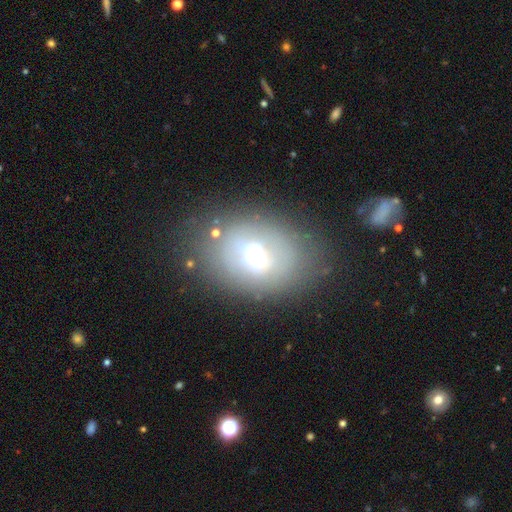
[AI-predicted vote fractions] The model was most divided on "smooth or featured": smooth: 45%, featured or disk: 41%, star or artifact: 14%. More confident: merging — none (67%).